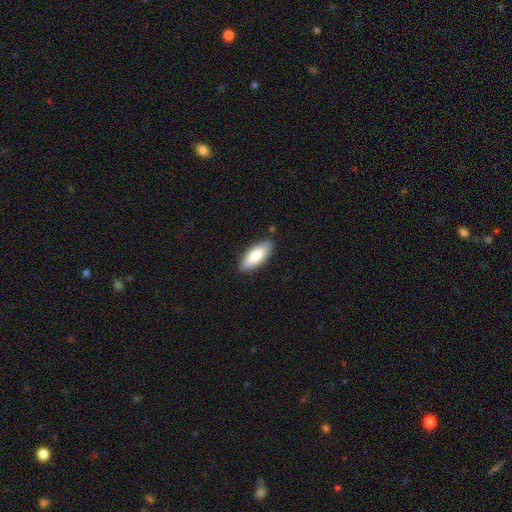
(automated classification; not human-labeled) Overall: smooth (83%). How rounded: in between (79%). Merging: none (85%).